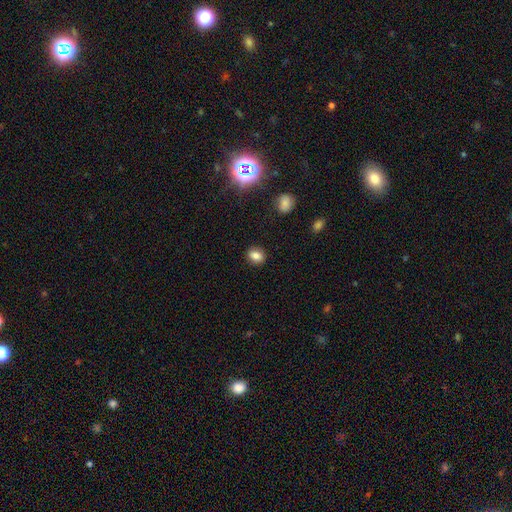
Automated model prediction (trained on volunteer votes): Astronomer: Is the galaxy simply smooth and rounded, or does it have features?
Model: smooth — 83%.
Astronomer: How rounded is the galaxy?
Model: in between — 56% (runner-up: round, 42%).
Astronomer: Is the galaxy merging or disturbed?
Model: none — 87%.